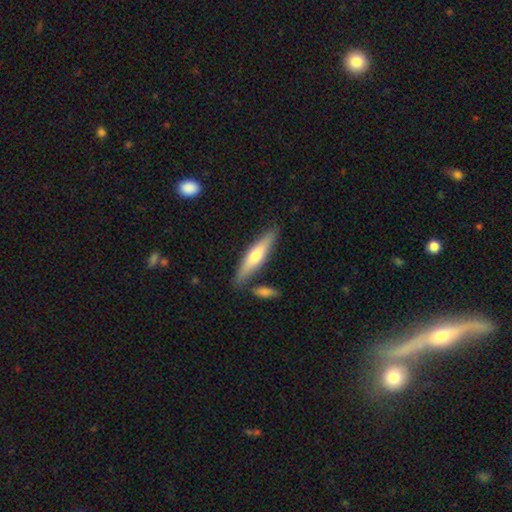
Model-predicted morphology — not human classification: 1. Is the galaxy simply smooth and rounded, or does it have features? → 52% smooth, 43% featured or disk, 5% star or artifact.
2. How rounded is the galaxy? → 78% cigar-shaped, 20% in between, 2% round.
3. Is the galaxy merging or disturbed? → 80% none, 11% minor disturbance, 7% merger, 2% major disturbance.